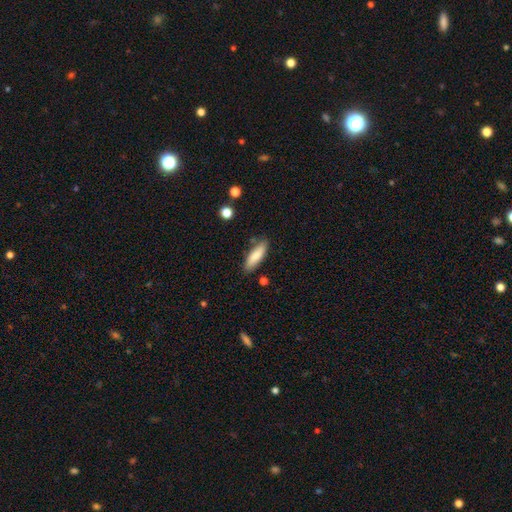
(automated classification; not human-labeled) Smooth or featured: smooth — 82% (featured or disk — 11%)
How rounded: in between — 50% (cigar-shaped — 48%)
Merging: none — 82% (minor disturbance — 13%)